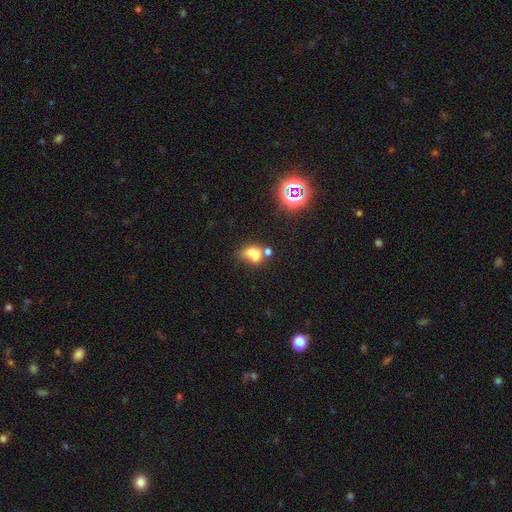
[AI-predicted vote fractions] This appears to be a smooth galaxy with no disk features (60%) that is in between round and cigar-shaped (60%). Merging: merger (58%).